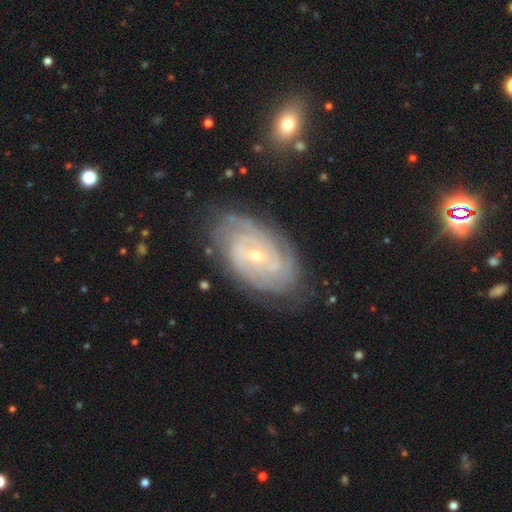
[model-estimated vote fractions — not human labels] smooth_or_featured: featured or disk (p=0.87) [alt: smooth p=0.07]
disk_edge_on: no (p=0.96) [alt: yes p=0.04]
bar: no (p=0.47) [alt: weak p=0.40]
has_spiral_arms: yes (p=0.97) [alt: no p=0.03]
spiral_winding: tight (p=0.76) [alt: medium p=0.20]
spiral_arm_count: can't tell (p=0.30) [alt: 2 p=0.21]
bulge_size: small (p=0.69) [alt: moderate p=0.28]
merging: none (p=0.79) [alt: minor disturbance p=0.16]